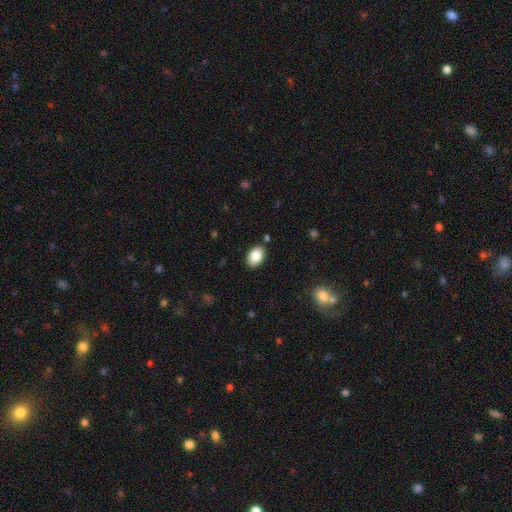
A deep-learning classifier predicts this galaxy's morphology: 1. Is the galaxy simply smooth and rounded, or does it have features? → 84% smooth, 8% featured or disk, 8% star or artifact.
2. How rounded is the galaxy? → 86% in between, 13% round, 1% cigar-shaped.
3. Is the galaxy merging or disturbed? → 87% none, 9% minor disturbance, 2% major disturbance, 2% merger.